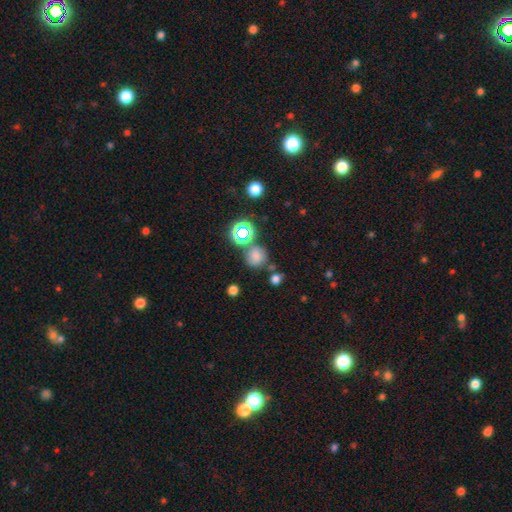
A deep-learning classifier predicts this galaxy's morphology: smooth-or-featured: smooth: 64% | star or artifact: 26% | featured or disk: 10%
  how-rounded: round: 78% | in between: 20% | cigar-shaped: 1%
  merging: none: 61% | minor disturbance: 17% | merger: 14% | major disturbance: 7%